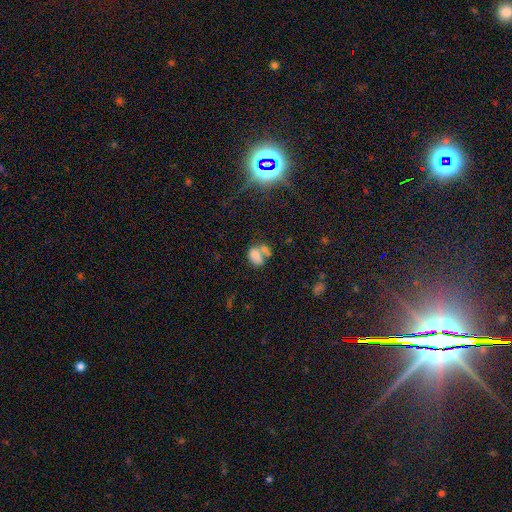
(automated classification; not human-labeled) The model was most divided on "merging": merger: 49%, none: 28%, minor disturbance: 13%, major disturbance: 10%. More confident: how rounded — in between (82%); smooth or featured — smooth (74%).